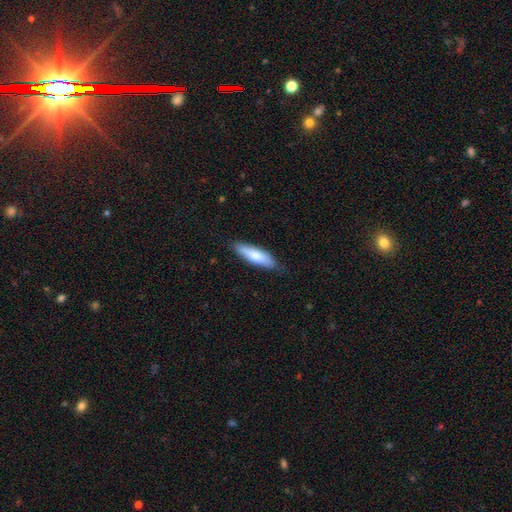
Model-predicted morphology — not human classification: Q: Smooth or featured?
A: smooth (76%); runner-up: featured or disk (19%)
Q: How rounded?
A: cigar-shaped (61%); runner-up: in between (37%)
Q: Merging?
A: none (84%); runner-up: minor disturbance (13%)